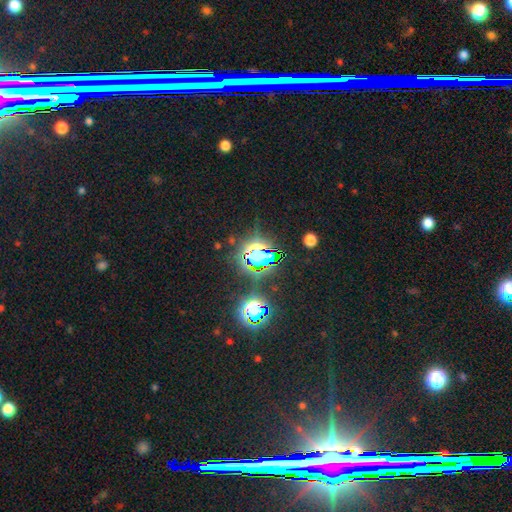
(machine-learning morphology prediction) type=star or artifact (71%).